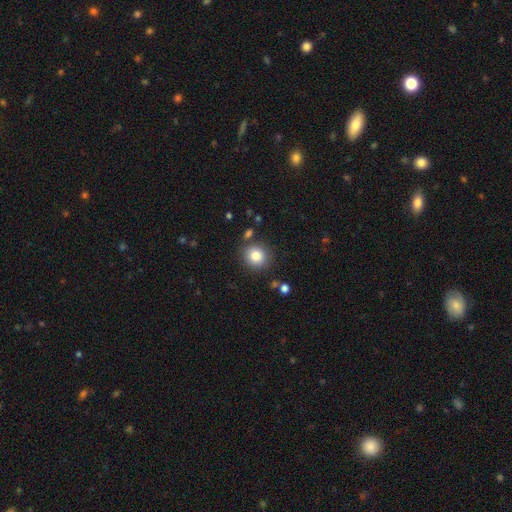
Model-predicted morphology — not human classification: A smooth galaxy with no disk features (84%) that is round (86%).

Vote fractions:
- Smooth or featured? smooth: 84% / star or artifact: 10% / featured or disk: 6%
- How rounded? round: 86% / in between: 13% / cigar-shaped: 1%
- Merging? none: 83% / minor disturbance: 9% / merger: 5% / major disturbance: 3%